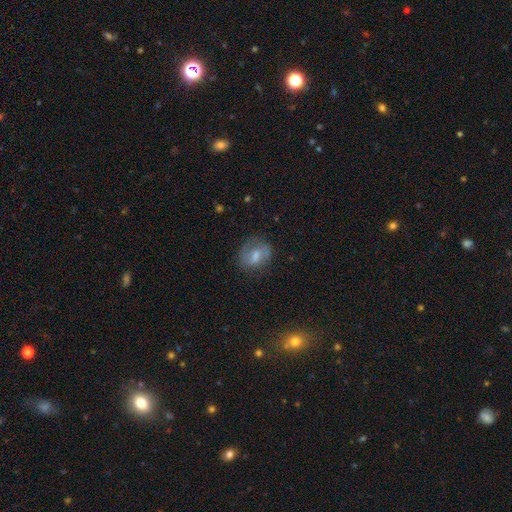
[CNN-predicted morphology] Smooth or featured? smooth (49%)
Merging? none (66%)